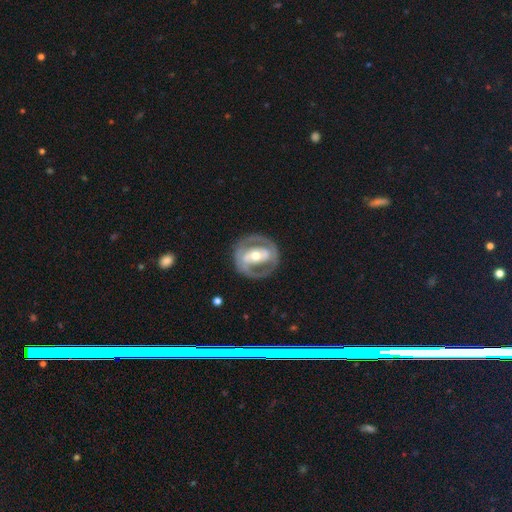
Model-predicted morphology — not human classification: Overall: featured or disk (74%). Edge-on disk: no (95%). Bar: strong (38%; no 35%). Spiral arms: no (55%; yes 45%). Bulge size: moderate (67%). Merging: none (76%).